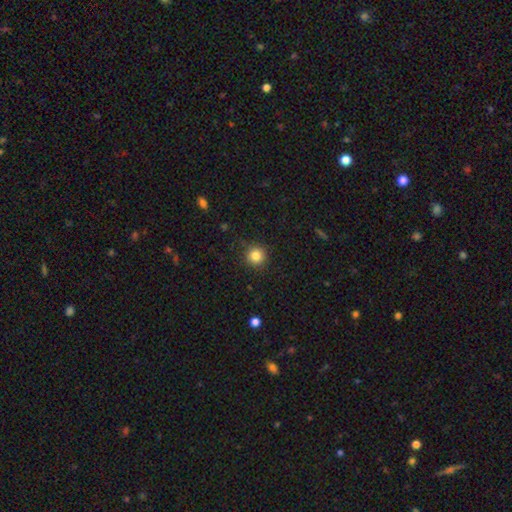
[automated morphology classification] This is clearly a smooth galaxy (84%). How rounded: clearly round (95%). Merging: clearly none (88%).